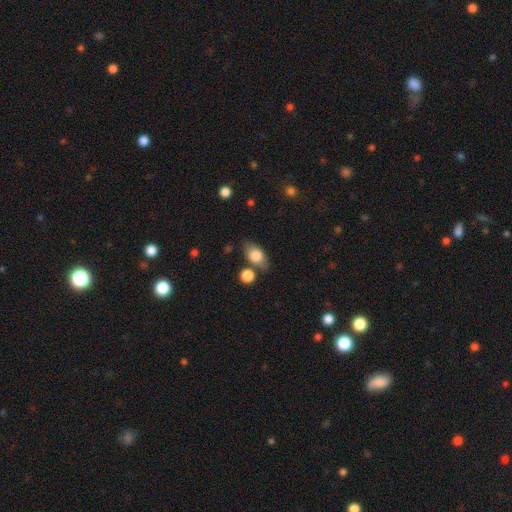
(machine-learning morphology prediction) This is likely a smooth galaxy (76%). How rounded: clearly in between (84%). Merging: likely none (71%).